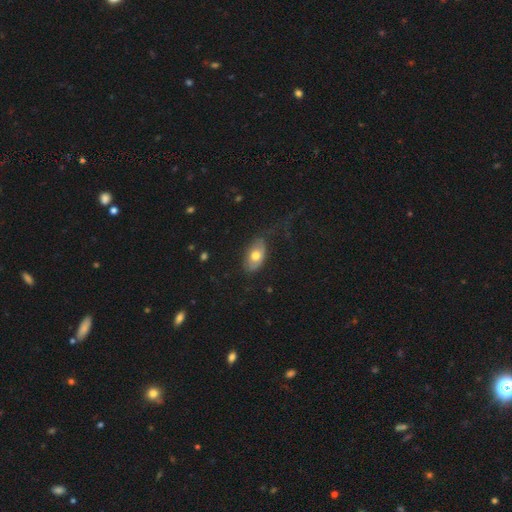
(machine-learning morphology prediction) The model was most divided on "smooth or featured": smooth: 66%, featured or disk: 27%, star or artifact: 7%. More confident: how rounded — in between (91%); merging — none (63%).